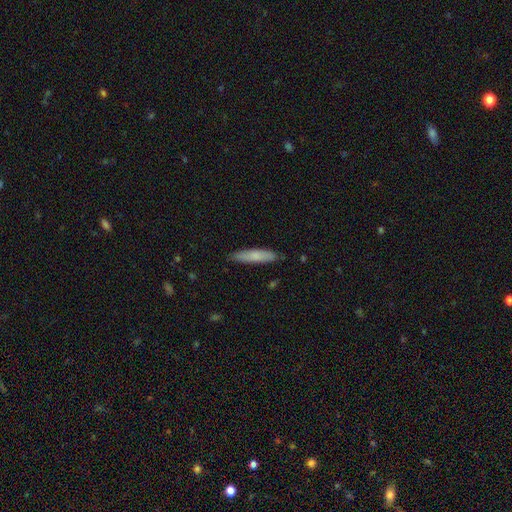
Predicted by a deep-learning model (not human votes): Q: Smooth or featured?
A: smooth (78%); runner-up: featured or disk (16%)
Q: How rounded?
A: cigar-shaped (81%); runner-up: in between (18%)
Q: Merging?
A: none (86%); runner-up: minor disturbance (11%)